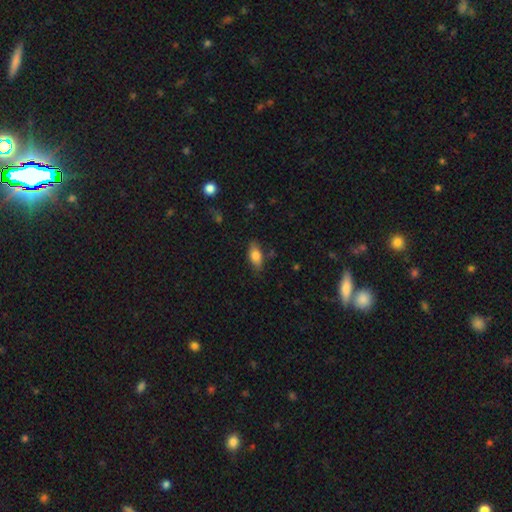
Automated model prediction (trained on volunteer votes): Q: Smooth or featured?
A: smooth (79%); runner-up: featured or disk (14%)
Q: How rounded?
A: in between (85%); runner-up: cigar-shaped (11%)
Q: Merging?
A: none (78%); runner-up: minor disturbance (16%)